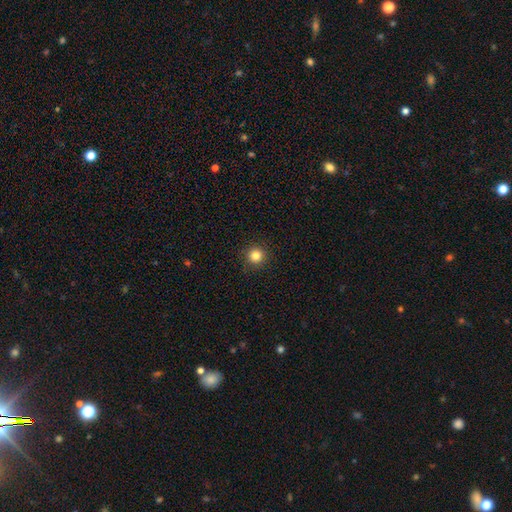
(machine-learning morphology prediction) Smooth or featured: smooth — 84% (star or artifact — 11%)
How rounded: round — 95% (in between — 4%)
Merging: none — 92% (minor disturbance — 5%)